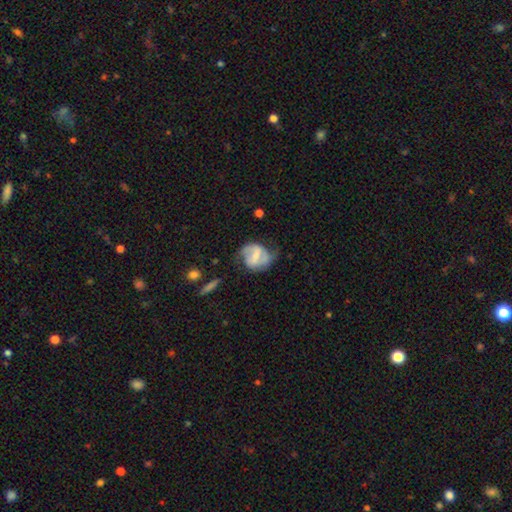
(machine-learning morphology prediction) Smooth or featured? featured or disk (62%)
Edge-on disk? no (97%)
Bar? weak (44%)
Spiral arms? yes (74%)
Bulge size? small (46%)
Merging? none (47%)